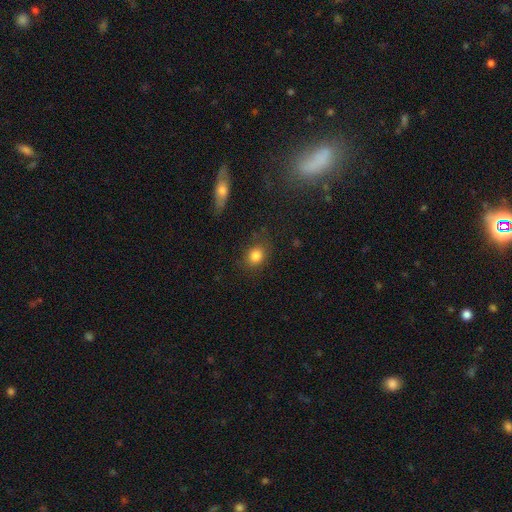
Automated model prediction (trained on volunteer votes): Smooth or featured? smooth (83%)
How rounded? round (62%)
Merging? none (77%)